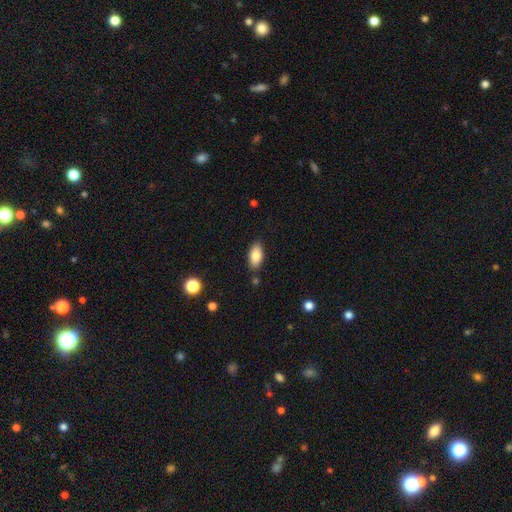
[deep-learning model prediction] smooth-or-featured: smooth: 83% | featured or disk: 10% | star or artifact: 7%
  how-rounded: in between: 92% | cigar-shaped: 5% | round: 3%
  merging: none: 84% | minor disturbance: 11% | merger: 3% | major disturbance: 2%